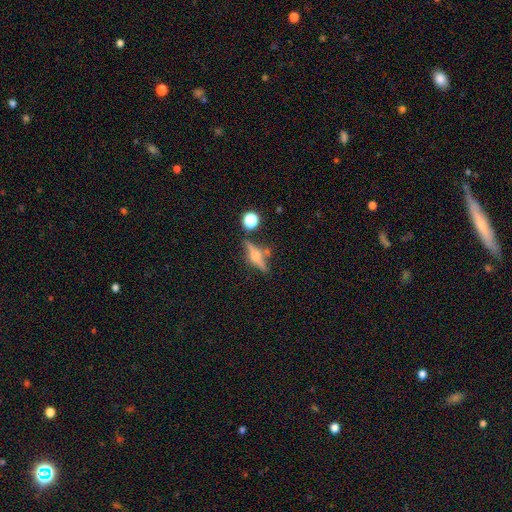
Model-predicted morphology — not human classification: type=featured or disk (67%); edge-on=yes (94%); edge-on bulge=rounded (92%); merging=none (76%).